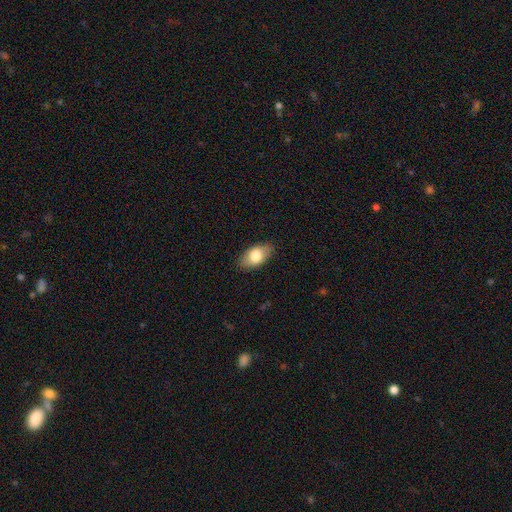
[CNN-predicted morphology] This appears to be a smooth galaxy with no disk features (79%) that is in between round and cigar-shaped (92%). Merging: none (86%).